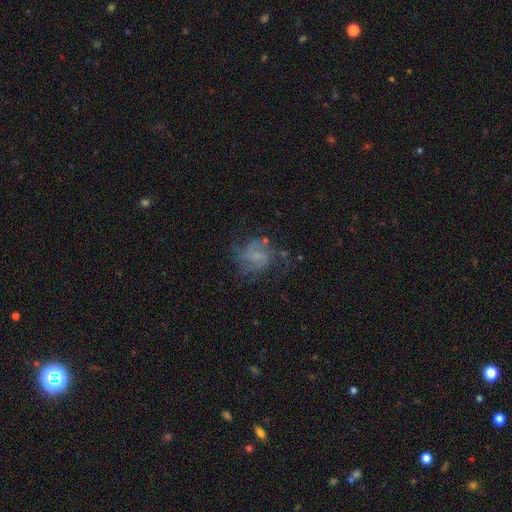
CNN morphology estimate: smooth-or-featured: featured or disk: 61% | smooth: 26% | star or artifact: 13%
  disk-edge-on: no: 98% | yes: 2%
    bar: no: 58% | weak: 35% | strong: 6%
    has-spiral-arms: yes: 79% | no: 21%
    bulge-size: none: 45% | small: 35% | moderate: 15% | large: 3% | dominant: 1%
  merging: none: 57% | minor disturbance: 21% | major disturbance: 20% | merger: 2%